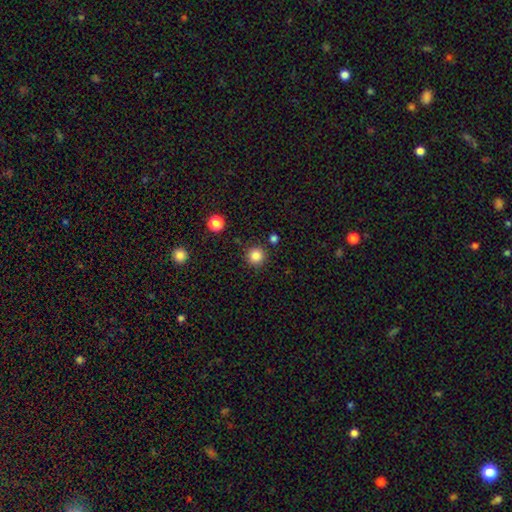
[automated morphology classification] Overall: smooth (86%). How rounded: round (95%). Merging: none (89%).